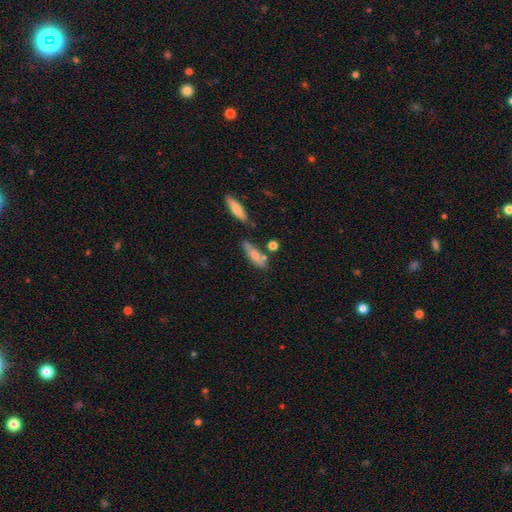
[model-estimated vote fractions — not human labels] smooth_or_featured: smooth (p=0.74) [alt: featured or disk p=0.19]
how_rounded: cigar-shaped (p=0.54) [alt: in between p=0.43]
merging: none (p=0.64) [alt: minor disturbance p=0.18]